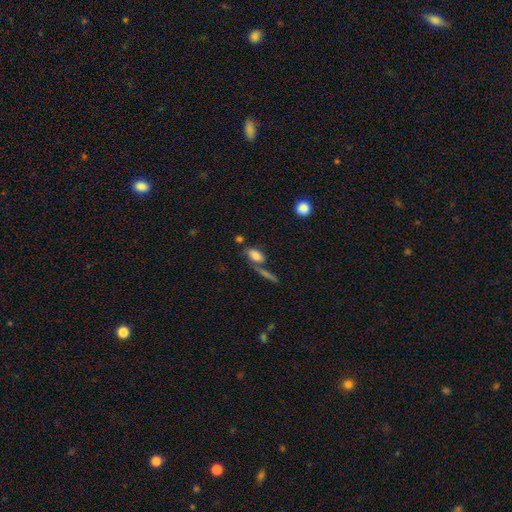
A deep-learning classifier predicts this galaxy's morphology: This appears to be a smooth galaxy with no disk features (73%) that is in between round and cigar-shaped (84%). Merging: none (48%).